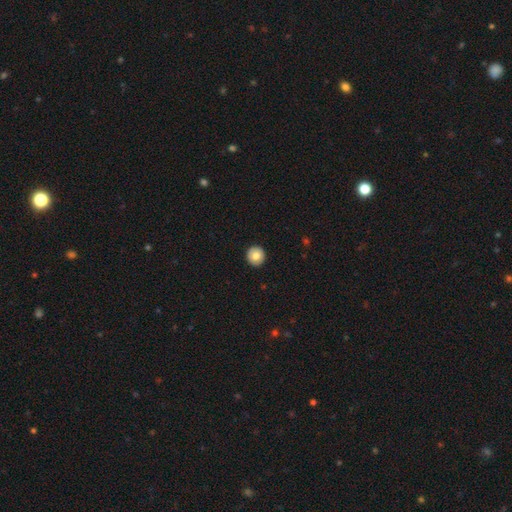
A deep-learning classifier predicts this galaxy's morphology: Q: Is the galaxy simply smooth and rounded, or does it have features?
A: smooth — 78%.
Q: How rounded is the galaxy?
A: round — 94%.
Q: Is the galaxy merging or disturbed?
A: none — 93%.